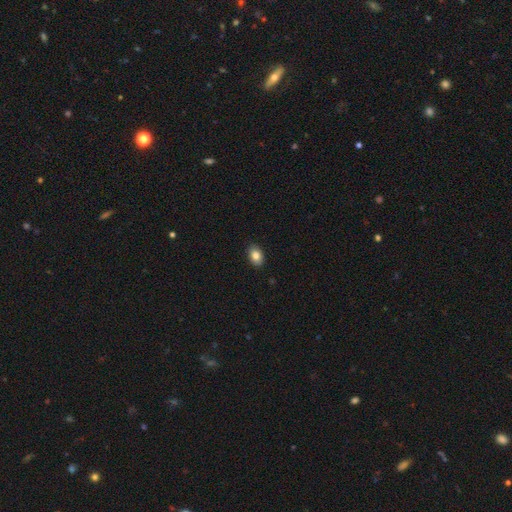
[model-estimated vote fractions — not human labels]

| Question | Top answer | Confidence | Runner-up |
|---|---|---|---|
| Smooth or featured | smooth | 84% | star or artifact (8%) |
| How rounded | in between | 82% | round (17%) |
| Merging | none | 89% | minor disturbance (8%) |